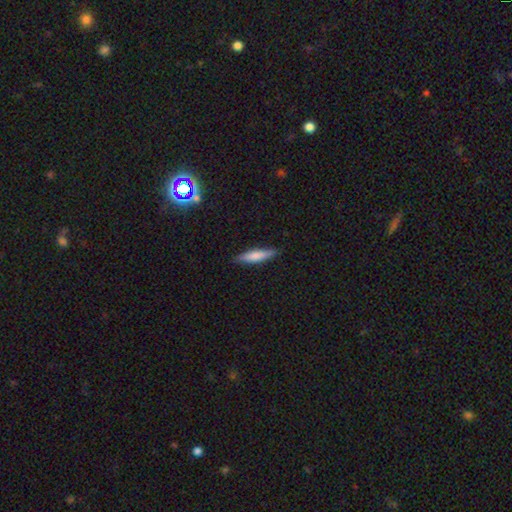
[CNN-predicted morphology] type=smooth (73%); roundness=cigar-shaped (80%); merging=none (86%).